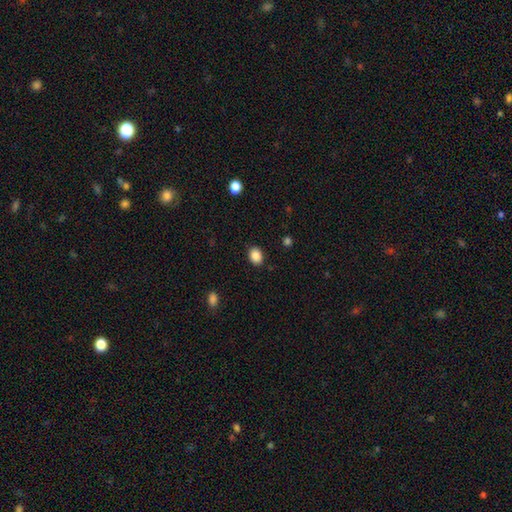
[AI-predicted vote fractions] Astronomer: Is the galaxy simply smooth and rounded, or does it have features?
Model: smooth — 87%.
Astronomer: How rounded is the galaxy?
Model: in between — 62% (runner-up: round, 37%).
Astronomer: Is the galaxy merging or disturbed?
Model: none — 88%.